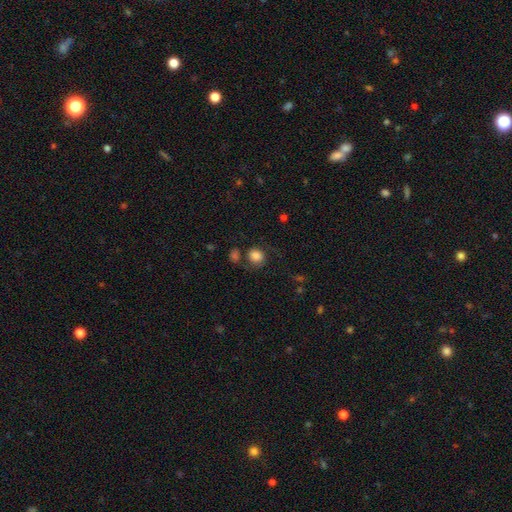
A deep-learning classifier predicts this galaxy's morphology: A smooth galaxy with no disk features (81%) that is round (72%). Merging: none (61%).